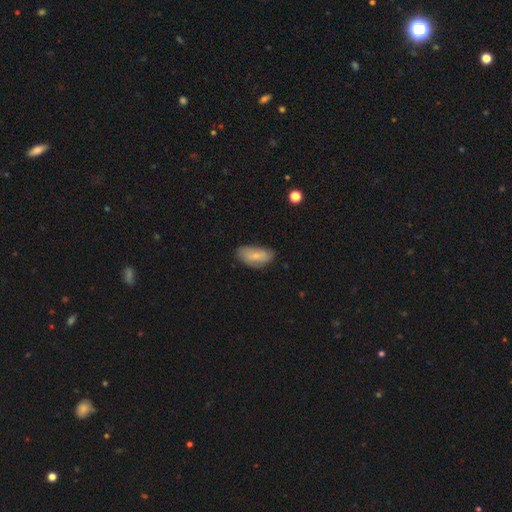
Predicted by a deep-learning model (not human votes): This is likely a smooth galaxy (67%). How rounded: clearly in between (92%). Merging: likely none (63%).